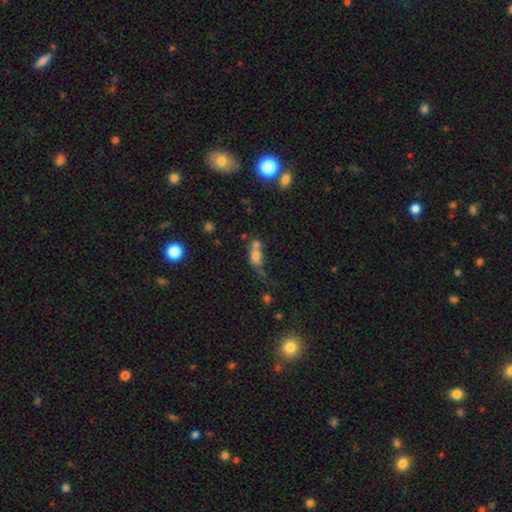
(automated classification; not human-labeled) Smooth or featured? smooth (62%)
How rounded? in between (65%)
Merging? merger (50%)